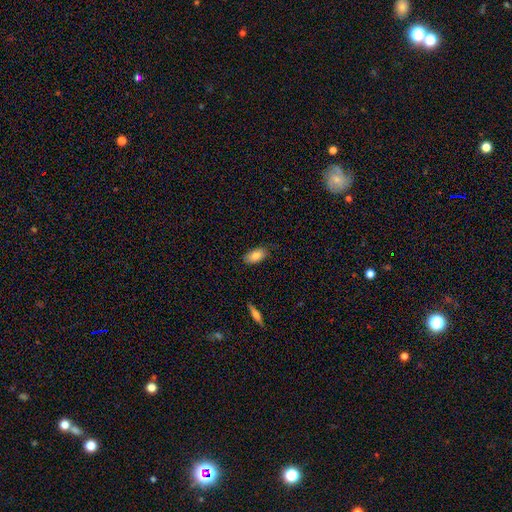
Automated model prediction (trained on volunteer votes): Morphology: type=smooth (81%); roundness=in between (92%); merging=none (80%).